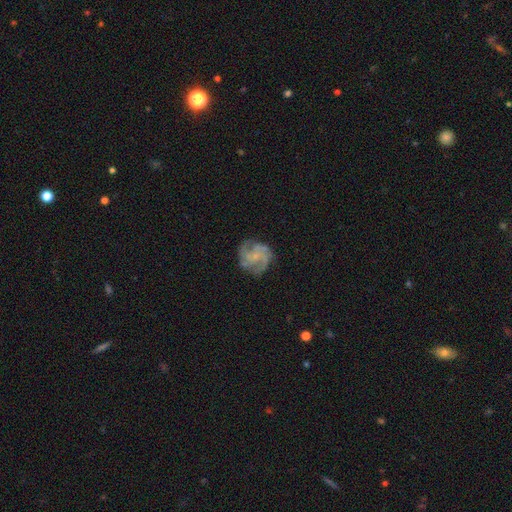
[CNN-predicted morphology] Smooth or featured: featured or disk — 81% (smooth — 12%)
Edge-on disk: no — 98% (yes — 2%)
Bar: no — 70% (weak — 25%)
Spiral arms: yes — 95% (no — 5%)
Spiral winding: medium — 49% (tight — 38%)
Spiral arm count: 3 — 43% (4 — 18%)
Bulge size: small — 65% (none — 19%)
Merging: none — 75% (minor disturbance — 16%)